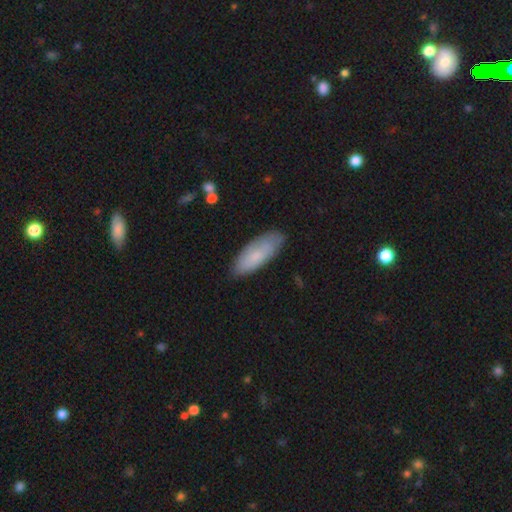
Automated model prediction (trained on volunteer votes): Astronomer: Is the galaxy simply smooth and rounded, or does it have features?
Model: smooth — 77%.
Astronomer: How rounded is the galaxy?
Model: in between — 73%.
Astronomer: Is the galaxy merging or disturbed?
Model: none — 77%.